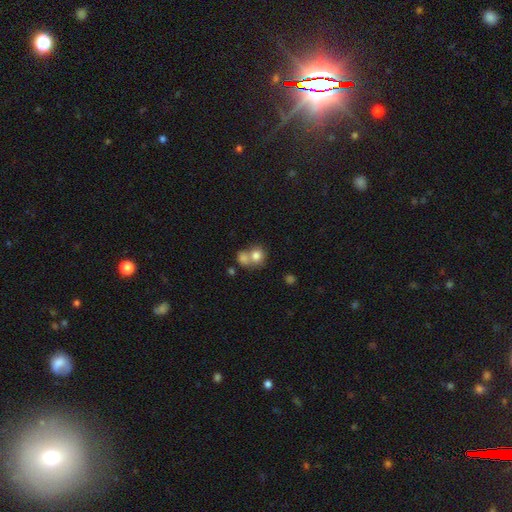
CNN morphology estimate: smooth-or-featured: smooth: 78% | featured or disk: 12% | star or artifact: 10%
  how-rounded: round: 77% | in between: 22% | cigar-shaped: 1%
  merging: merger: 55% | none: 34% | minor disturbance: 7% | major disturbance: 4%